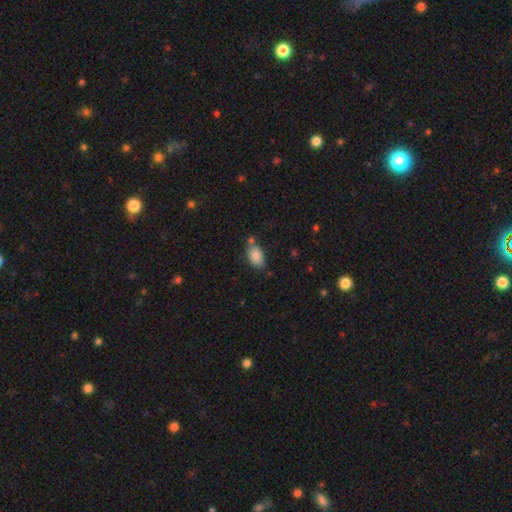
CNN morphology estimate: smooth 86%, star or artifact 8%, featured or disk 6%. Down the decision tree: how rounded — in between (91%); merging — none (66%).